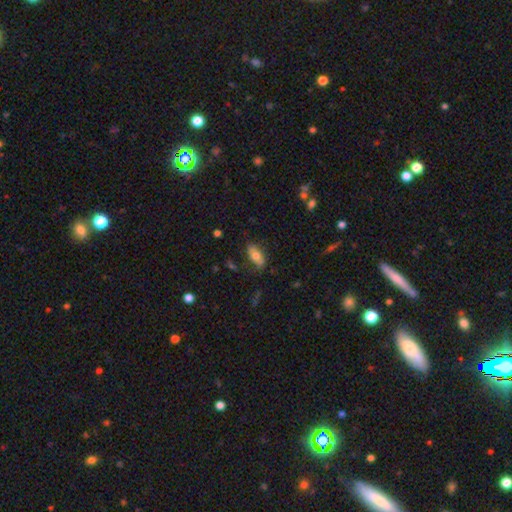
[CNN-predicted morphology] Smooth or featured?
  - smooth: 67% *
  - featured or disk: 25%
  - star or artifact: 8%
How rounded?
  - in between: 81% *
  - cigar-shaped: 15%
  - round: 3%
Merging?
  - none: 69% *
  - minor disturbance: 21%
  - major disturbance: 7%
  - merger: 2%